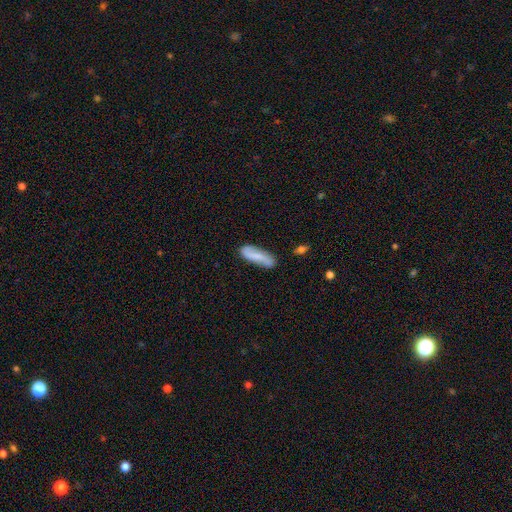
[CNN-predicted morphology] smooth_or_featured: smooth (p=0.55) [alt: featured or disk p=0.39]
how_rounded: cigar-shaped (p=0.51) [alt: in between p=0.47]
merging: none (p=0.74) [alt: minor disturbance p=0.19]